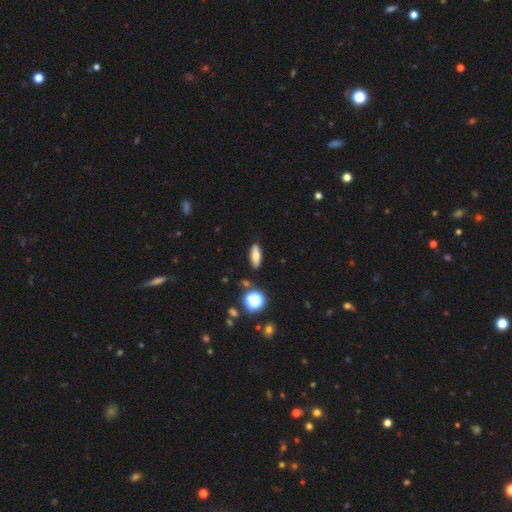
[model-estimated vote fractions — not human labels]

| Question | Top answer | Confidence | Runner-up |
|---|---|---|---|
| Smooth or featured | smooth | 74% | featured or disk (15%) |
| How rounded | in between | 66% | cigar-shaped (29%) |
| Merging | none | 87% | minor disturbance (9%) |